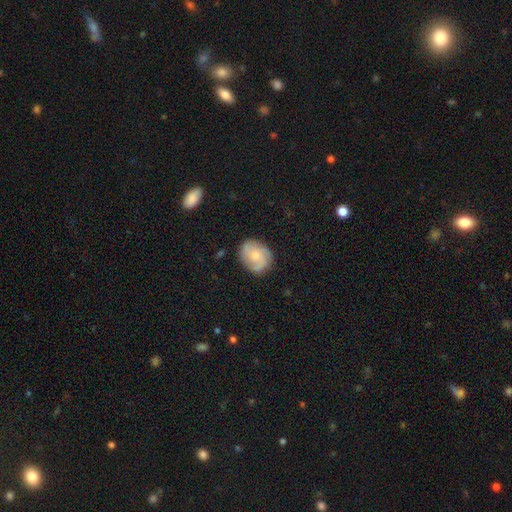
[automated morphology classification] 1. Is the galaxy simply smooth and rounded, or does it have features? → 56% featured or disk, 37% smooth, 7% star or artifact.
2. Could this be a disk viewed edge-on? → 98% no, 2% yes.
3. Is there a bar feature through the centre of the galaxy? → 69% no, 27% weak, 3% strong.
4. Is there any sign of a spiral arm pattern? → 91% yes, 9% no.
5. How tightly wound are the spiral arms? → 45% medium, 36% tight, 19% loose.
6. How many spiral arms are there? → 35% 2, 32% 3, 19% can't tell, 6% 1, 5% 4, 4% more than 4.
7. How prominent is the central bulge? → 40% small, 39% moderate, 13% none, 6% large, 2% dominant.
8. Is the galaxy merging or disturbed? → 76% none, 17% minor disturbance, 5% major disturbance, 1% merger.